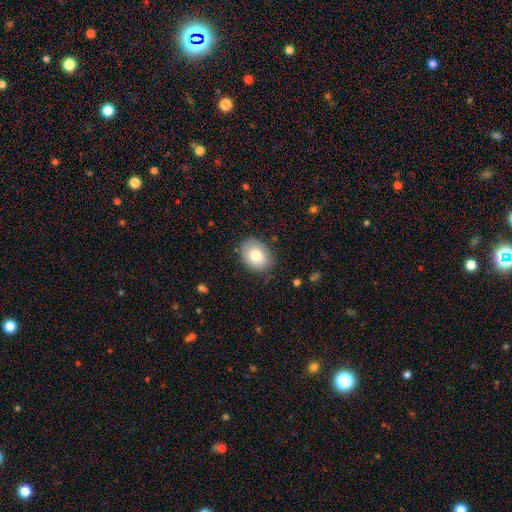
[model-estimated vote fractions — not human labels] The model was most divided on "how rounded": in between: 65%, round: 34%, cigar-shaped: 1%. More confident: merging — none (80%); smooth or featured — smooth (79%).